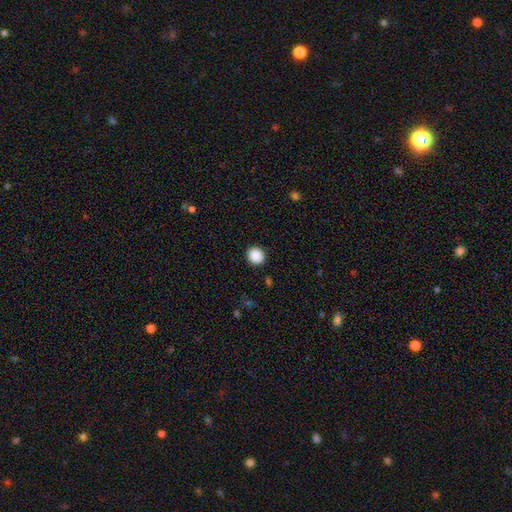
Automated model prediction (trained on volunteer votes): smooth-or-featured: smooth: 89% | star or artifact: 9% | featured or disk: 2%
  how-rounded: round: 86% | in between: 13% | cigar-shaped: 1%
  merging: none: 91% | minor disturbance: 5% | major disturbance: 2% | merger: 1%